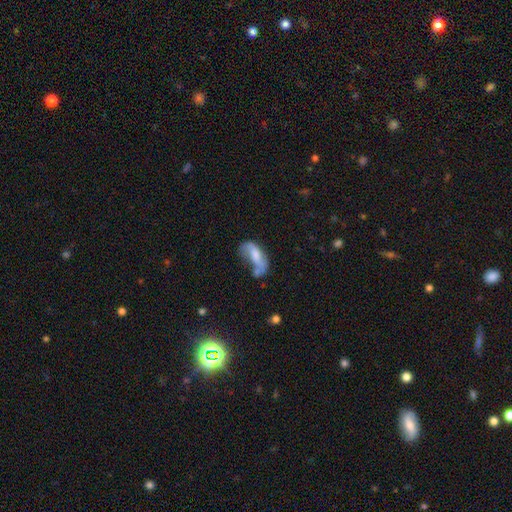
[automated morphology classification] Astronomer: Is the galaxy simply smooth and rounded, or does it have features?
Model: smooth — 47% (runner-up: featured or disk, 44%).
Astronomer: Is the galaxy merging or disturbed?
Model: major disturbance — 29% (runner-up: none, 25%).